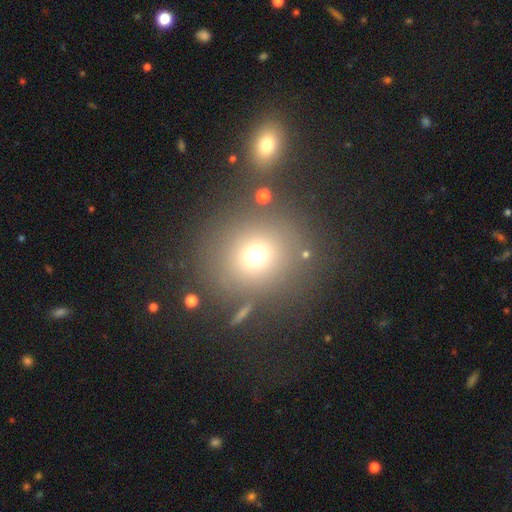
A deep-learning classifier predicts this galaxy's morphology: Smooth or featured: smooth — 70% (star or artifact — 20%)
How rounded: round — 86% (in between — 13%)
Merging: none — 77% (minor disturbance — 9%)